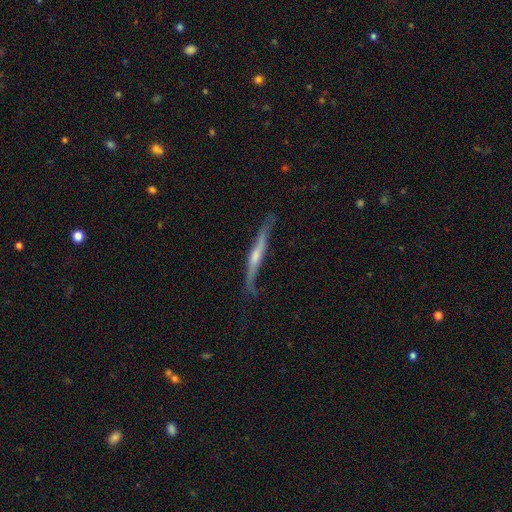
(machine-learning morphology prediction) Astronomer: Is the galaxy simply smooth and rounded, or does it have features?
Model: featured or disk — 76%.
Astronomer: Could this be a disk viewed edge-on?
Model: yes — 95%.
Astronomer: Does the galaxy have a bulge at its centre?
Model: rounded — 79%.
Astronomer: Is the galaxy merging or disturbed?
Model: none — 75%.